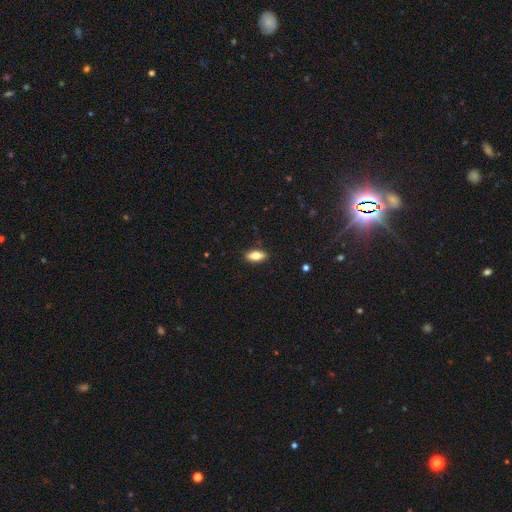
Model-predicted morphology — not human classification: This is likely a smooth galaxy (74%). How rounded: likely in between (79%). Merging: clearly none (88%).